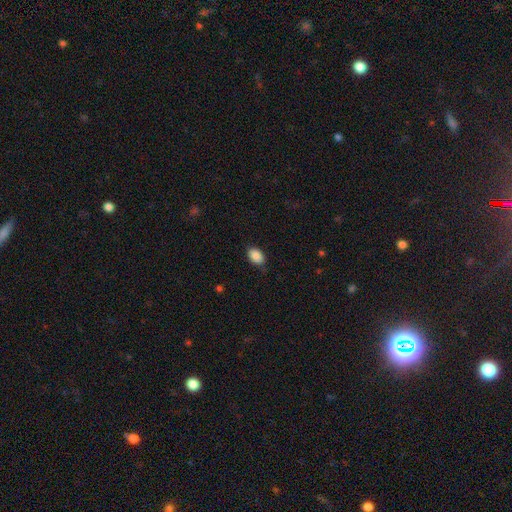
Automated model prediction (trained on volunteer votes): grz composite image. It shows a smooth galaxy with no disk features (88%) that is in between round and cigar-shaped (87%). Merging: none (81%).